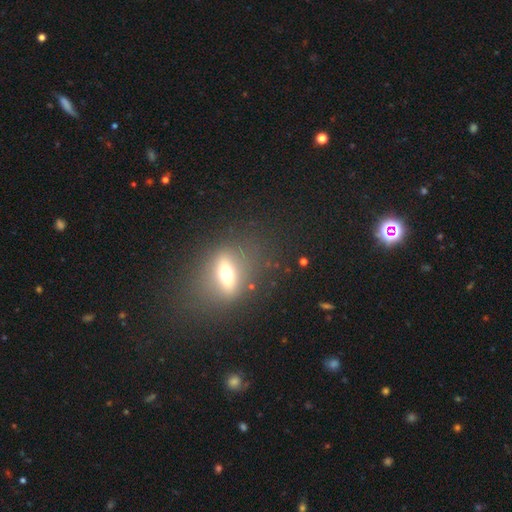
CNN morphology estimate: Smooth or featured?
  - featured or disk: 54% *
  - smooth: 27%
  - star or artifact: 19%
Edge-on disk?
  - yes: 61% *
  - no: 39%
Merging?
  - none: 78% *
  - minor disturbance: 11%
  - major disturbance: 8%
  - merger: 3%